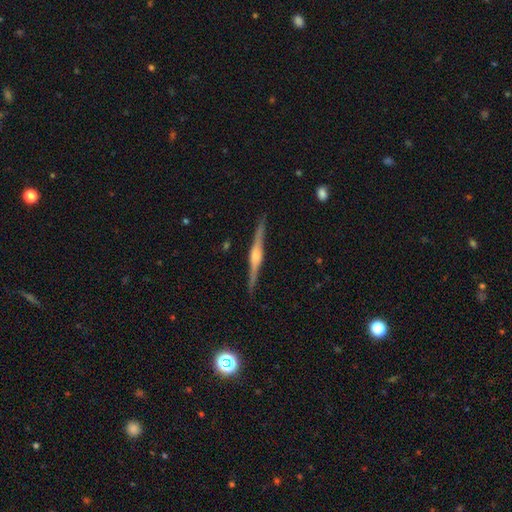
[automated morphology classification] type=featured or disk (81%); edge-on=yes (98%); edge-on bulge=rounded (78%); merging=none (90%).